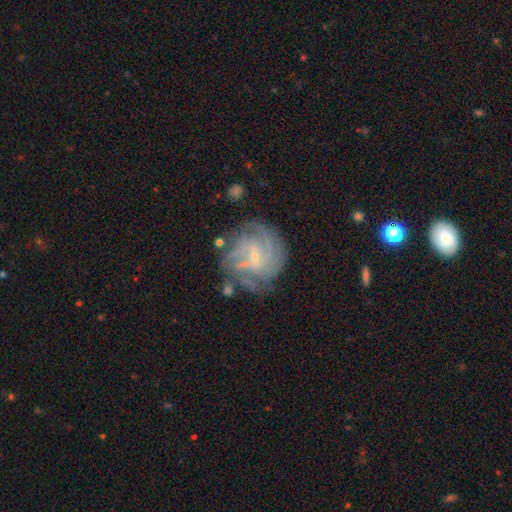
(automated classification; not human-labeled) Smooth or featured: featured or disk — 81% (smooth — 12%)
Edge-on disk: no — 97% (yes — 3%)
Bar: no — 55% (weak — 37%)
Spiral arms: yes — 92% (no — 8%)
Spiral winding: tight — 61% (medium — 30%)
Spiral arm count: can't tell — 33% (4 — 24%)
Bulge size: small — 82% (moderate — 11%)
Merging: none — 68% (minor disturbance — 18%)